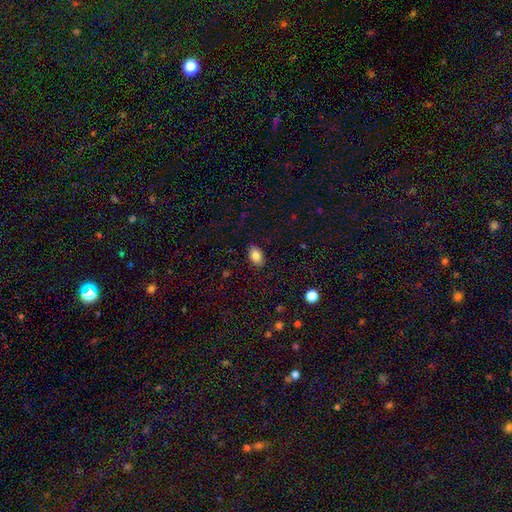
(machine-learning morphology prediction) Smooth or featured: smooth — 84% (featured or disk — 8%)
How rounded: in between — 89% (round — 9%)
Merging: none — 88% (minor disturbance — 9%)